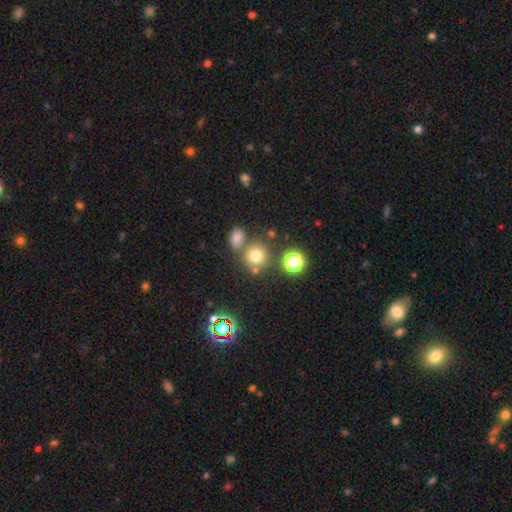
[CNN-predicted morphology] type=smooth (73%); roundness=round (88%); merging=none (68%).